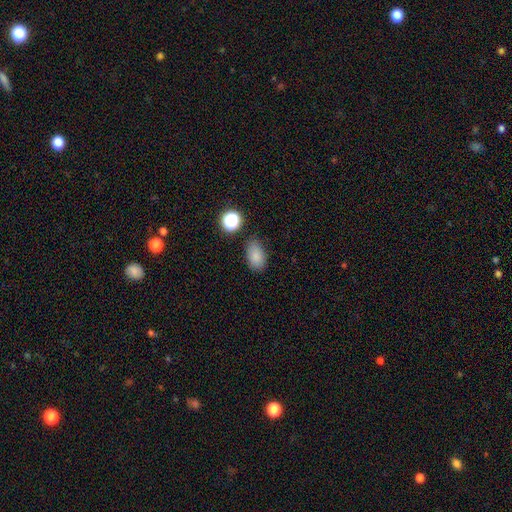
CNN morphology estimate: A smooth galaxy with no disk features (83%) that is in between round and cigar-shaped (88%). Merging: none (79%).